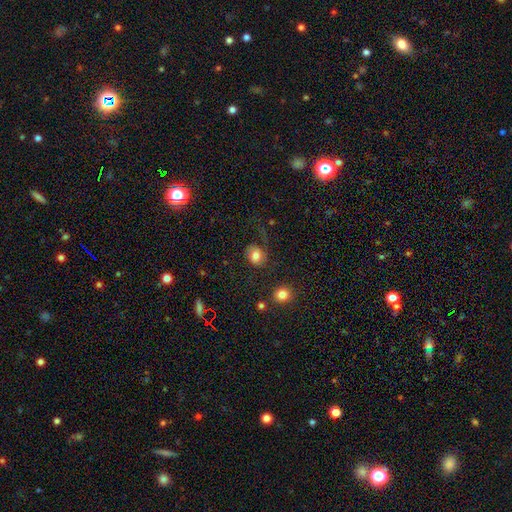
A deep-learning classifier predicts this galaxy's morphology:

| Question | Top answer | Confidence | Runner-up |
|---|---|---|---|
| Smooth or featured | smooth | 76% | featured or disk (15%) |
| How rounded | round | 61% | in between (38%) |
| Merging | none | 55% | major disturbance (21%) |